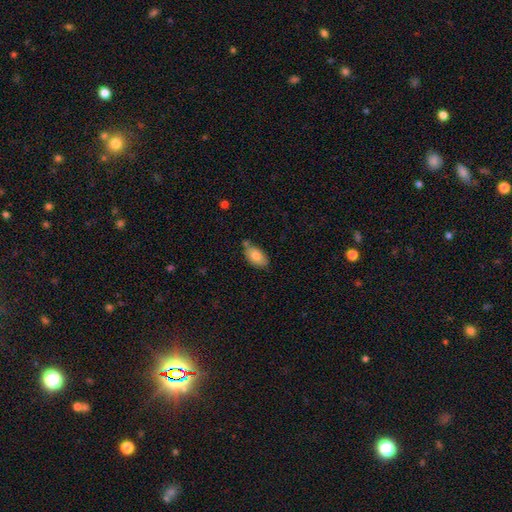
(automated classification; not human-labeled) Morphology: type=smooth (80%); roundness=in between (93%); merging=none (66%).